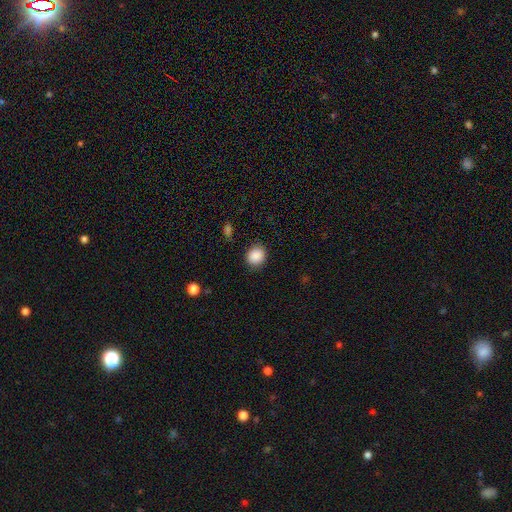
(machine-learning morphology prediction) Overall: smooth (88%). How rounded: round (73%). Merging: none (86%).